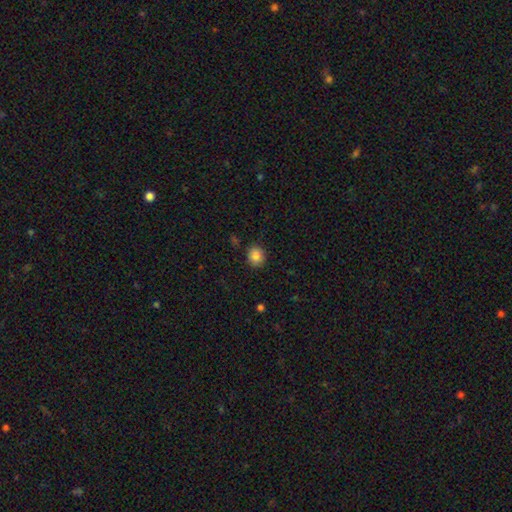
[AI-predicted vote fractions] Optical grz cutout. It shows a smooth galaxy with no disk features (85%) that is round (78%). Merging: none (88%).